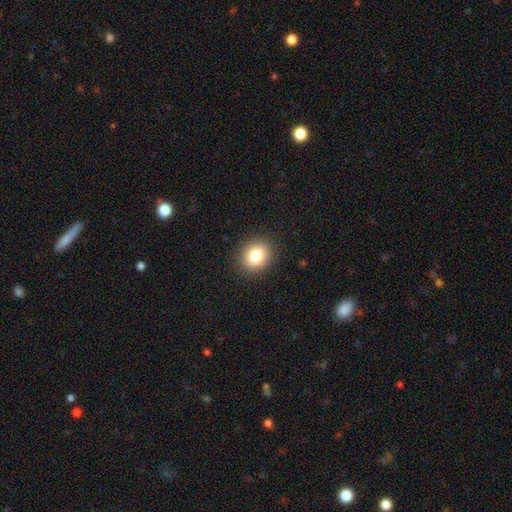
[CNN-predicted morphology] smooth-or-featured: smooth: 81% | star or artifact: 10% | featured or disk: 9%
  how-rounded: round: 63% | in between: 36% | cigar-shaped: 1%
  merging: none: 89% | minor disturbance: 7% | major disturbance: 2% | merger: 1%